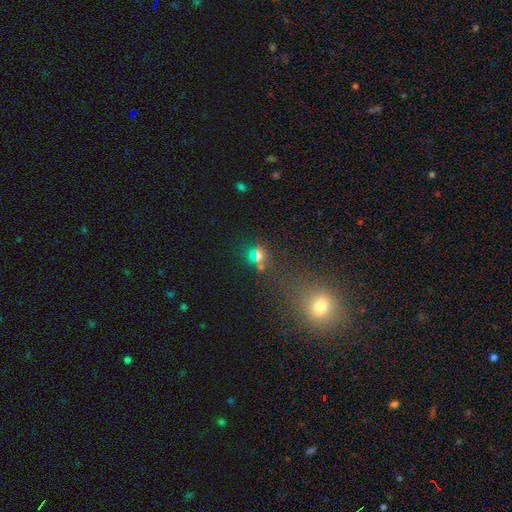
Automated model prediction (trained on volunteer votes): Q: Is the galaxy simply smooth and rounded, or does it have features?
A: smooth — 44%.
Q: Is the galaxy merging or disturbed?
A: none — 66%.